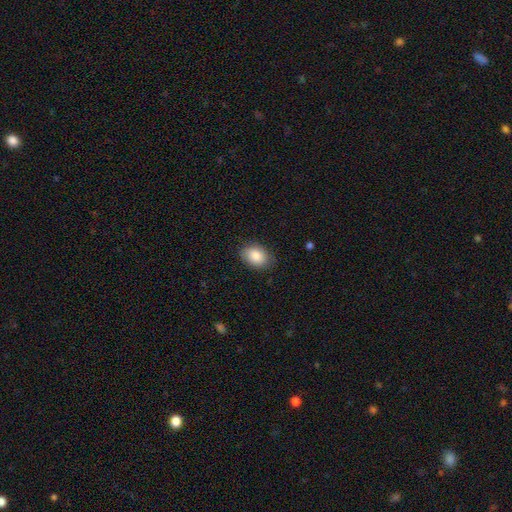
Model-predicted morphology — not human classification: Q: Smooth or featured?
A: smooth (87%); runner-up: star or artifact (7%)
Q: How rounded?
A: in between (78%); runner-up: round (21%)
Q: Merging?
A: none (84%); runner-up: minor disturbance (12%)